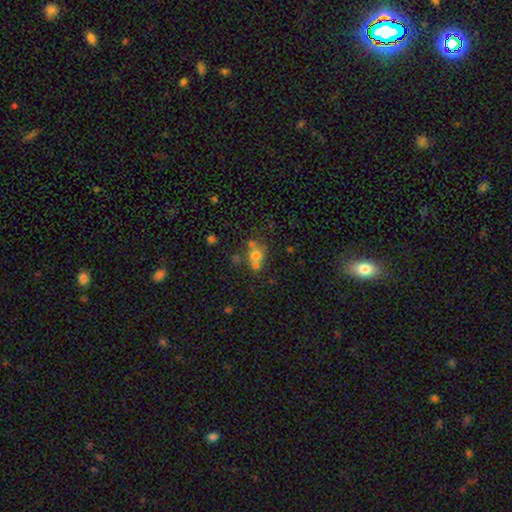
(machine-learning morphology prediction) Smooth or featured? smooth (66%)
How rounded? round (71%)
Merging? merger (42%)